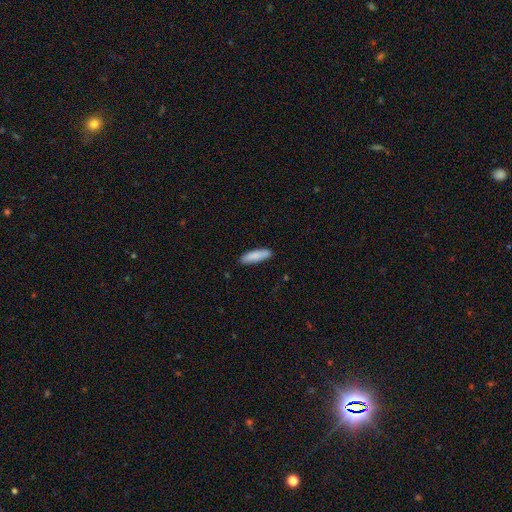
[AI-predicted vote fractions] Smooth or featured: smooth — 87% (featured or disk — 7%)
How rounded: cigar-shaped — 66% (in between — 32%)
Merging: none — 87% (minor disturbance — 10%)